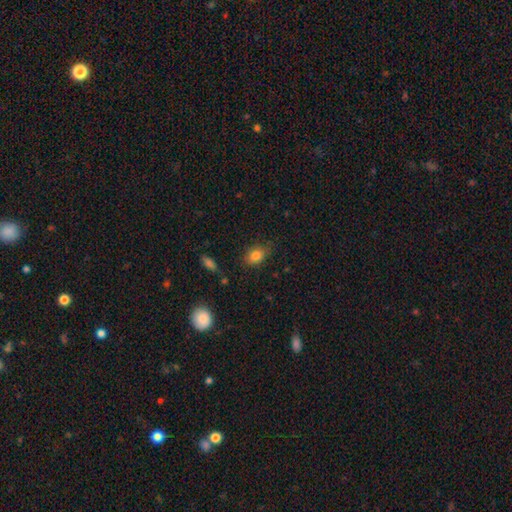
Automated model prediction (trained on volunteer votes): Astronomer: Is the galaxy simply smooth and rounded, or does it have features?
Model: smooth — 82%.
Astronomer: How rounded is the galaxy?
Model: in between — 70%.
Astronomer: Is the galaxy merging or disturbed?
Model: none — 76%.